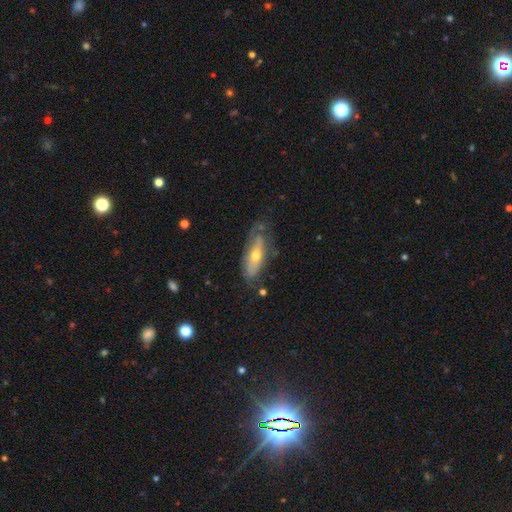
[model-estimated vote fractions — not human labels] smooth-or-featured: featured or disk: 53% | smooth: 40% | star or artifact: 7%
  disk-edge-on: no: 62% | yes: 38%
  merging: none: 54% | minor disturbance: 28% | major disturbance: 14% | merger: 3%